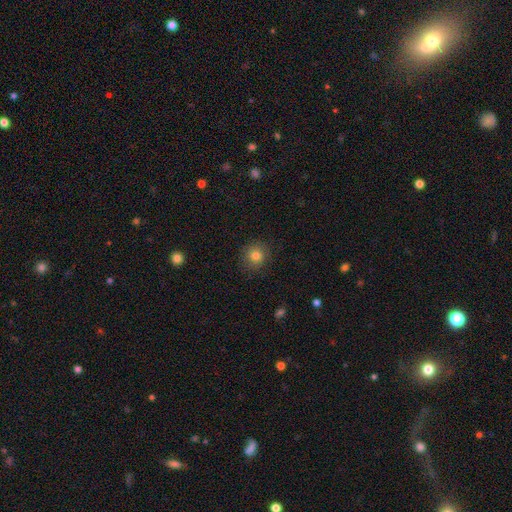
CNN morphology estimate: Overall: smooth (80%). How rounded: round (90%). Merging: none (88%).